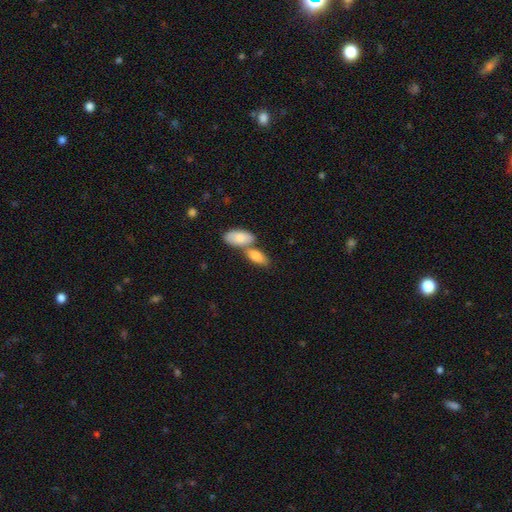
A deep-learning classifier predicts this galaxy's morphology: smooth-or-featured: smooth: 81% | featured or disk: 13% | star or artifact: 6%
  how-rounded: in between: 84% | cigar-shaped: 12% | round: 4%
  merging: merger: 49% | none: 39% | minor disturbance: 9% | major disturbance: 3%